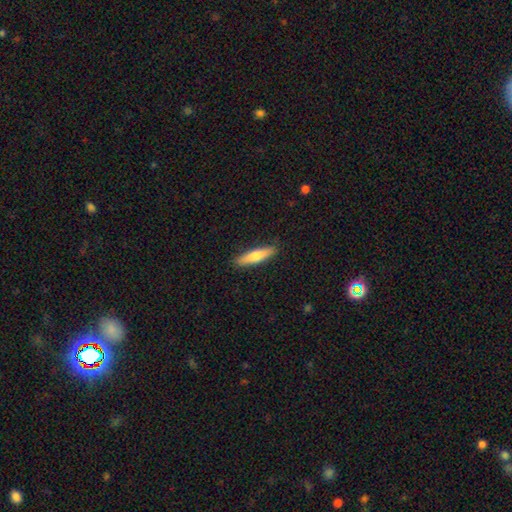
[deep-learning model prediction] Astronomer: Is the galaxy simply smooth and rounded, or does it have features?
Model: smooth — 69%.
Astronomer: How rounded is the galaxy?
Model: cigar-shaped — 80%.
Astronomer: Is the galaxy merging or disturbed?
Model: none — 90%.